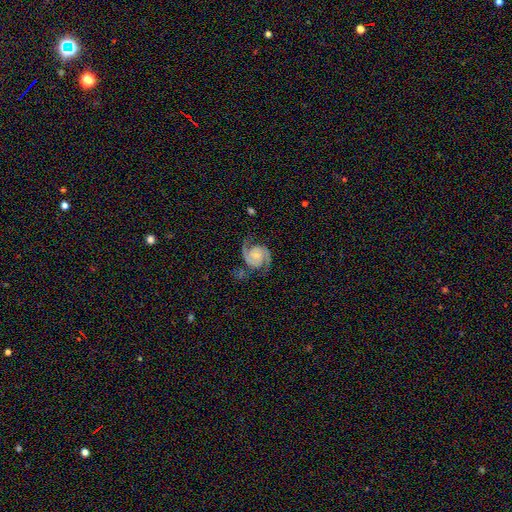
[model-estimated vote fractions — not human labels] smooth_or_featured: featured or disk (p=0.91) [alt: star or artifact p=0.05]
disk_edge_on: no (p=0.98) [alt: yes p=0.02]
bar: no (p=0.67) [alt: weak p=0.25]
has_spiral_arms: yes (p=0.98) [alt: no p=0.02]
spiral_winding: medium (p=0.52) [alt: tight p=0.37]
spiral_arm_count: 2 (p=0.93) [alt: can't tell p=0.02]
bulge_size: small (p=0.57) [alt: moderate p=0.32]
merging: none (p=0.76) [alt: minor disturbance p=0.15]